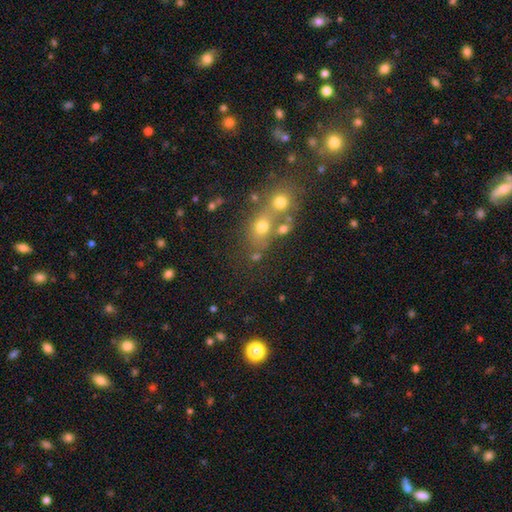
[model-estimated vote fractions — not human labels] The model was most divided on "merging": none: 47%, merger: 38%, minor disturbance: 10%, major disturbance: 6%. More confident: how rounded — round (62%); smooth or featured — smooth (57%).